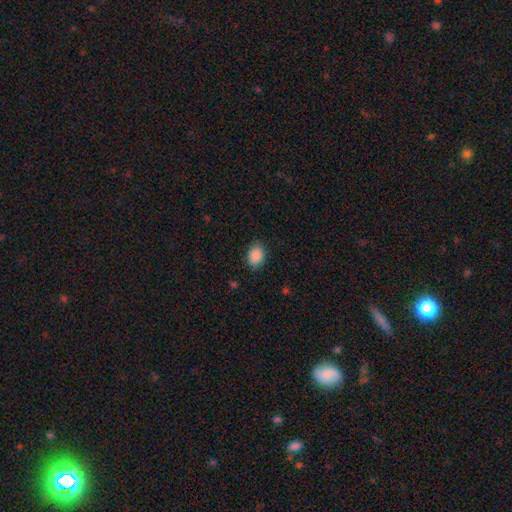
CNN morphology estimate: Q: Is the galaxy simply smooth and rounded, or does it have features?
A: smooth — 89%.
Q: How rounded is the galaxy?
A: in between — 67%.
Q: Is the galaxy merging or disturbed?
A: none — 82%.